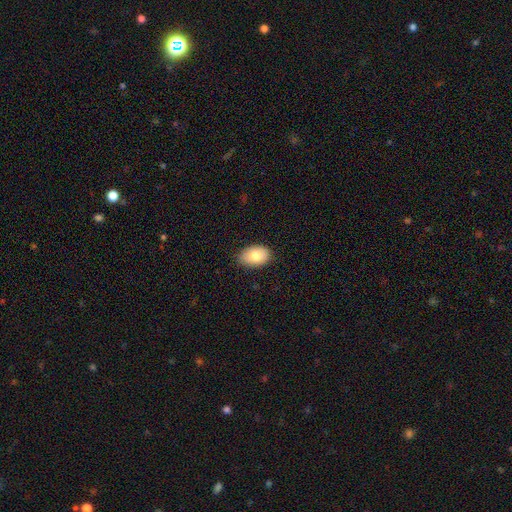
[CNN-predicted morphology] type=smooth (80%); roundness=in between (89%); merging=none (83%).